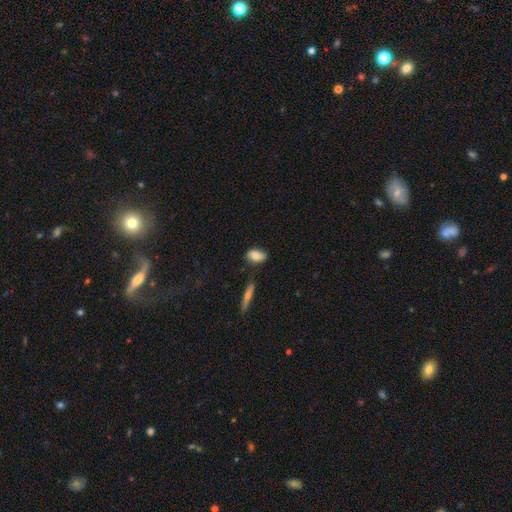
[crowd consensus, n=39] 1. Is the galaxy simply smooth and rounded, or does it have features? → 95% smooth, 5% featured or disk, 0% star or artifact.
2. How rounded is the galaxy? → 89% in between, 8% round, 3% cigar-shaped.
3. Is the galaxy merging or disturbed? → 69% none, 21% minor disturbance, 8% merger, 3% major disturbance.